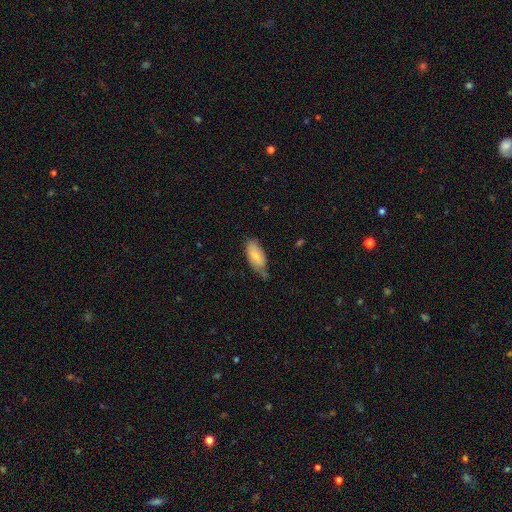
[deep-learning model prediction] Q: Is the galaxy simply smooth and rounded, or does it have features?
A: smooth — 77%.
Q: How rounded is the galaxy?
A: in between — 89%.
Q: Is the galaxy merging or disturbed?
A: none — 52%.